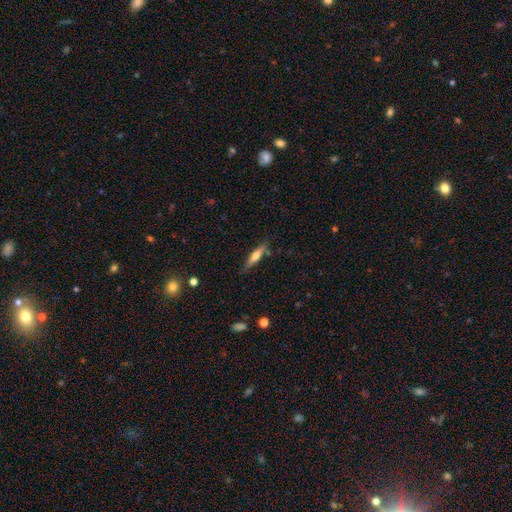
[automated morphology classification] smooth_or_featured: smooth (p=0.53) [alt: featured or disk p=0.40]
how_rounded: cigar-shaped (p=0.78) [alt: in between p=0.20]
merging: none (p=0.76) [alt: minor disturbance p=0.17]